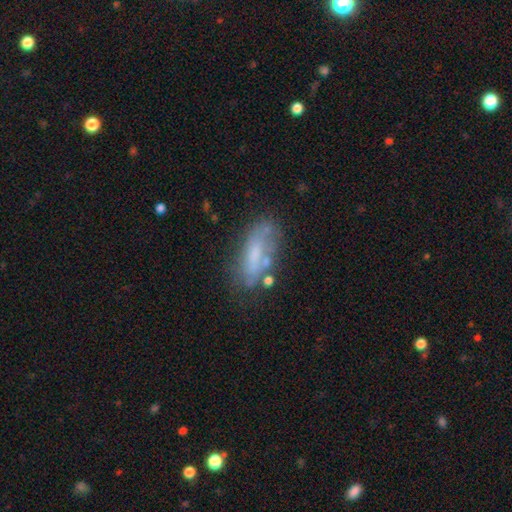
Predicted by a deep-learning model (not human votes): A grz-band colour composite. It shows a smooth galaxy with no disk features (52%) that is in between round and cigar-shaped (74%). Merging: none (53%).